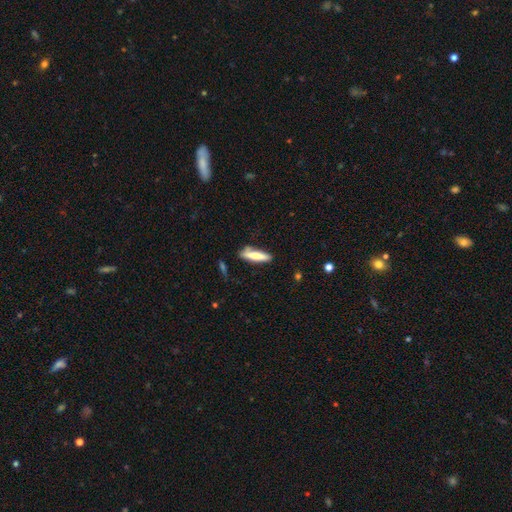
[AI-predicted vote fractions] A smooth galaxy with no disk features (71%) that is cigar-shaped (77%). Merging: none (71%).